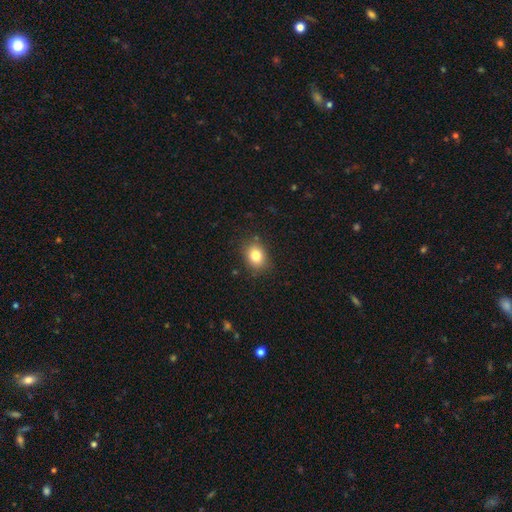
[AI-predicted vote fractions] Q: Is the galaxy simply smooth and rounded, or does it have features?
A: smooth — 81%.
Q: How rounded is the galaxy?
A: round — 50%.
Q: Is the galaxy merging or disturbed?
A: none — 85%.